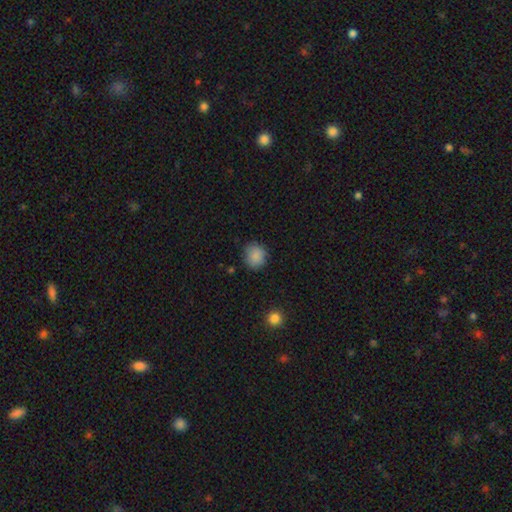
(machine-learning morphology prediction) Smooth or featured: smooth — 87% (star or artifact — 9%)
How rounded: round — 84% (in between — 15%)
Merging: none — 82% (minor disturbance — 13%)